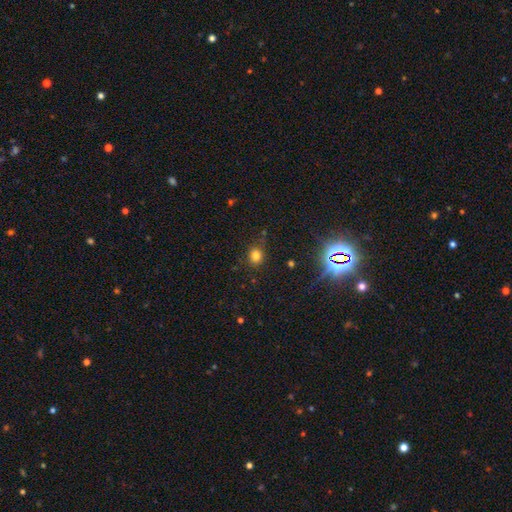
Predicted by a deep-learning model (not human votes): A smooth galaxy with no disk features (78%) that is round (76%).

Vote fractions:
- Smooth or featured? smooth: 78% / star or artifact: 16% / featured or disk: 6%
- How rounded? round: 76% / in between: 23% / cigar-shaped: 1%
- Merging? none: 82% / minor disturbance: 12% / major disturbance: 4% / merger: 3%